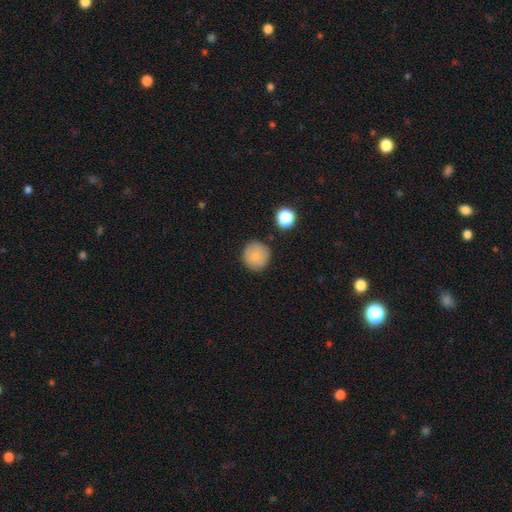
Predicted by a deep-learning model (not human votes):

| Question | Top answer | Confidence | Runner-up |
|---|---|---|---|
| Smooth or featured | smooth | 78% | featured or disk (12%) |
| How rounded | round | 94% | in between (5%) |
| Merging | none | 87% | minor disturbance (9%) |